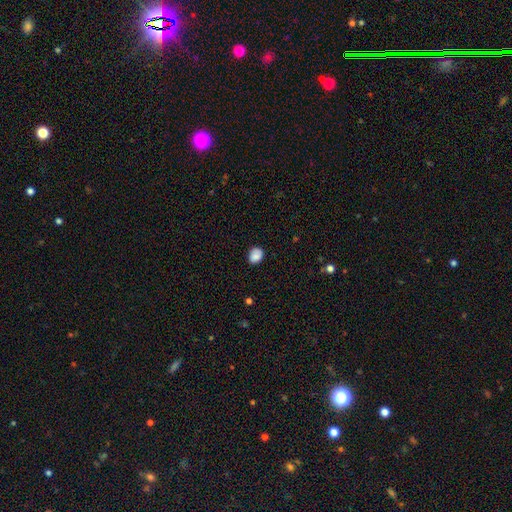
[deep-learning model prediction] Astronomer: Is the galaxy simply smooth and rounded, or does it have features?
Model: smooth — 86%.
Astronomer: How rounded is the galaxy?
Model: in between — 52% (runner-up: round, 47%).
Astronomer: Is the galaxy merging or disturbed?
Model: none — 81%.